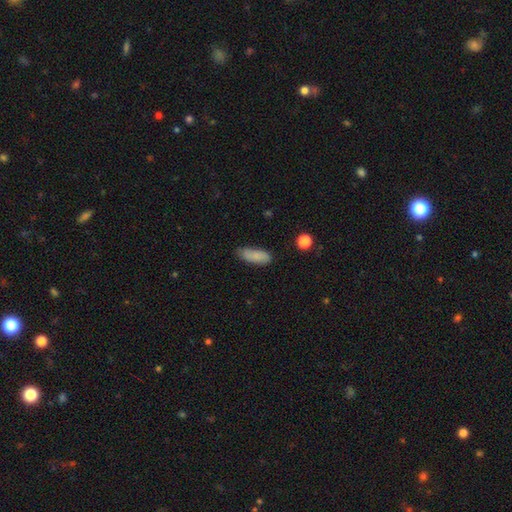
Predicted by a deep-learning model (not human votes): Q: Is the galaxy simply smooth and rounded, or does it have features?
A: smooth — 83%.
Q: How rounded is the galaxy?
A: in between — 72%.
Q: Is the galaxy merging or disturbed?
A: none — 74%.